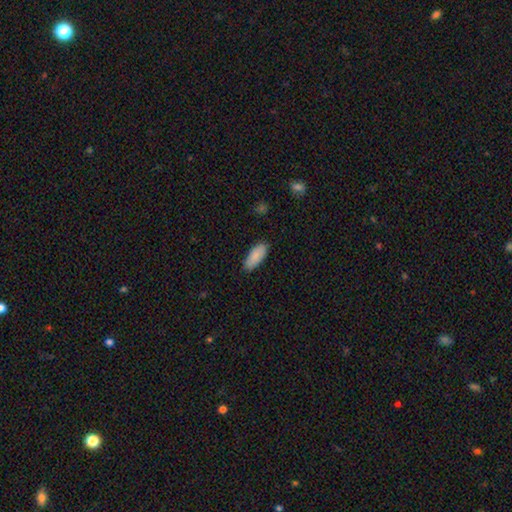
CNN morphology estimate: Q: Smooth or featured?
A: smooth (88%); runner-up: star or artifact (6%)
Q: How rounded?
A: in between (83%); runner-up: cigar-shaped (15%)
Q: Merging?
A: none (84%); runner-up: minor disturbance (13%)